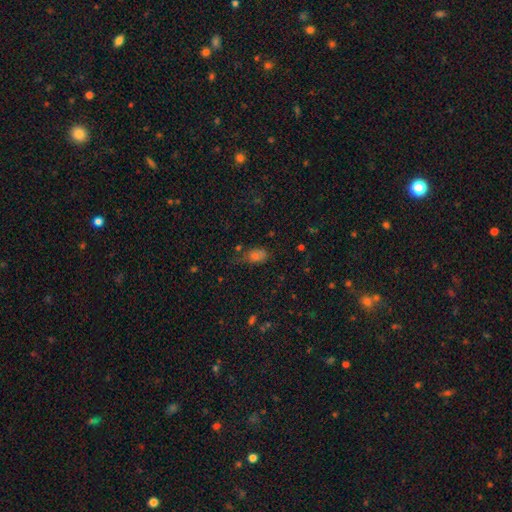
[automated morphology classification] smooth 66%, star or artifact 22%, featured or disk 12%. Down the decision tree: how rounded — in between (77%); merging — none (50%).